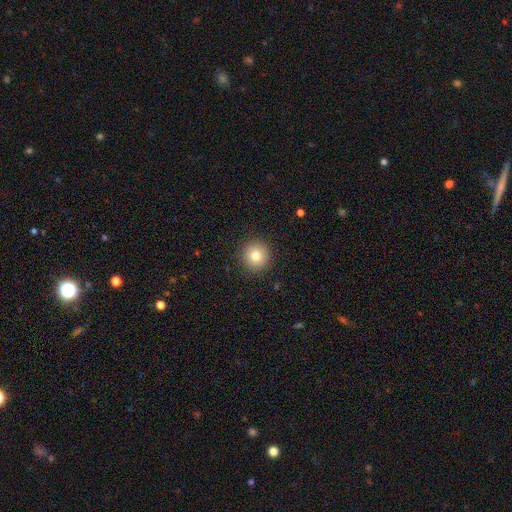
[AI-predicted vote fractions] Smooth or featured?
  - smooth: 80% *
  - star or artifact: 11%
  - featured or disk: 9%
How rounded?
  - round: 95% *
  - in between: 4%
  - cigar-shaped: 1%
Merging?
  - none: 91% *
  - minor disturbance: 6%
  - major disturbance: 2%
  - merger: 1%